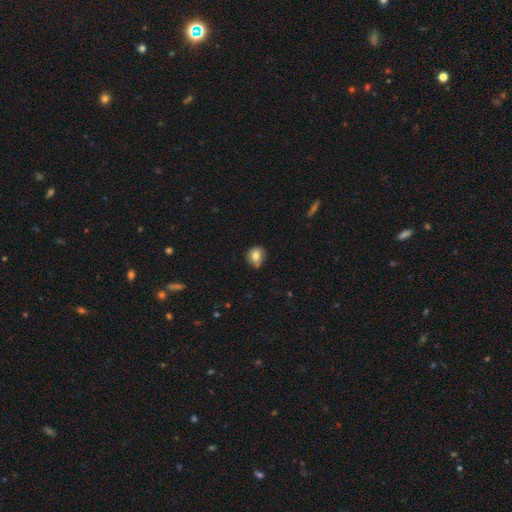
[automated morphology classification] type=smooth (76%); roundness=round (76%); merging=none (67%).